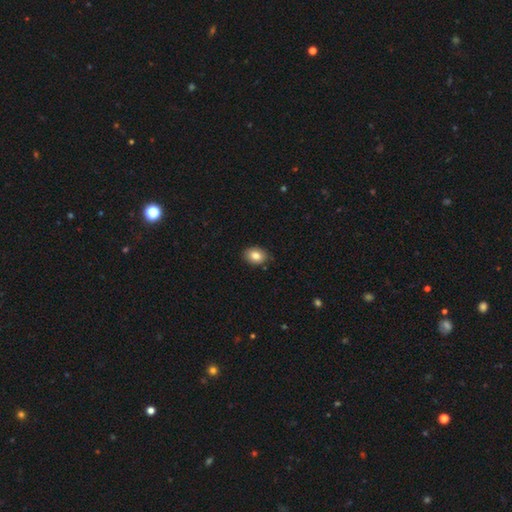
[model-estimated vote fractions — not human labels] The model was most divided on "how rounded": in between: 71%, round: 29%, cigar-shaped: 1%. More confident: merging — none (88%); smooth or featured — smooth (84%).